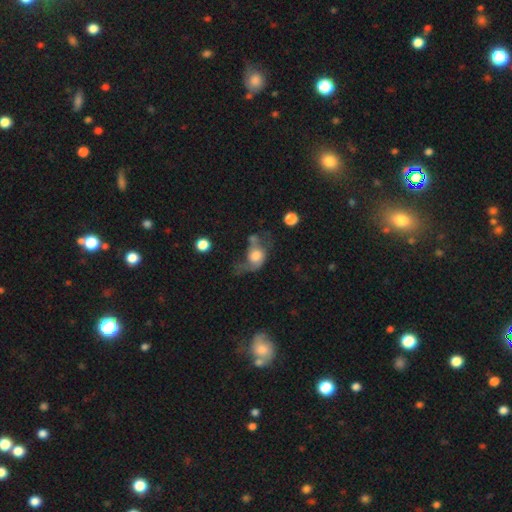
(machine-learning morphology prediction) A smooth galaxy with no disk features (54%) that is in between round and cigar-shaped (56%).

Vote fractions:
- Smooth or featured? smooth: 54% / featured or disk: 37% / star or artifact: 9%
- How rounded? in between: 56% / round: 42% / cigar-shaped: 2%
- Merging? major disturbance: 45% / minor disturbance: 21% / none: 20% / merger: 14%